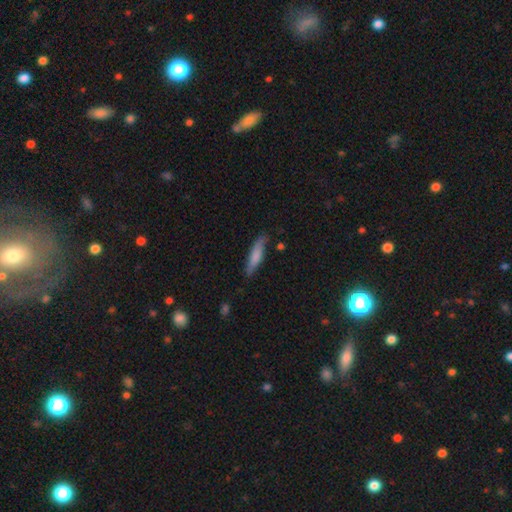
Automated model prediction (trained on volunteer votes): smooth_or_featured: smooth (p=0.72) [alt: featured or disk p=0.22]
how_rounded: cigar-shaped (p=0.82) [alt: in between p=0.16]
merging: none (p=0.78) [alt: minor disturbance p=0.16]